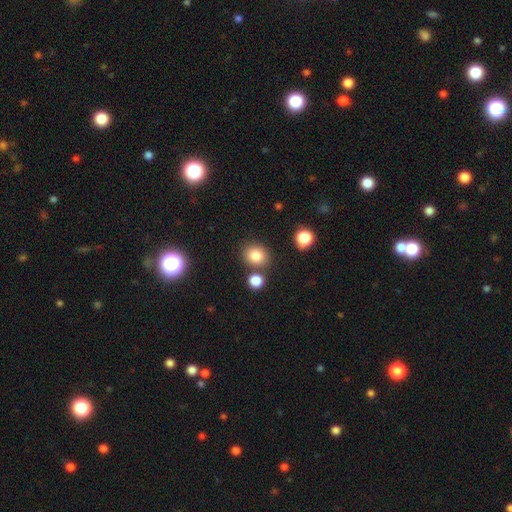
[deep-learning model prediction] Smooth or featured: smooth — 82% (star or artifact — 12%)
How rounded: round — 73% (in between — 26%)
Merging: none — 76% (merger — 11%)